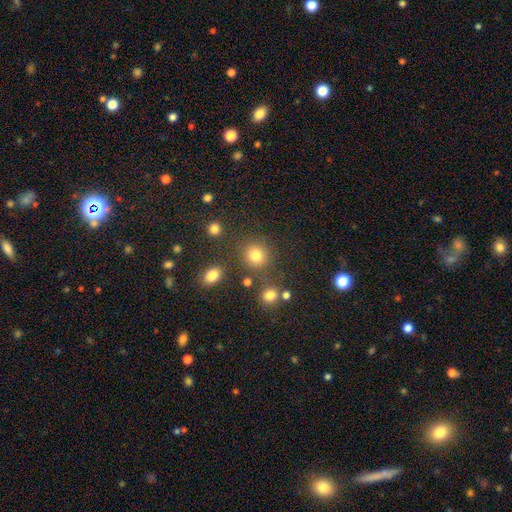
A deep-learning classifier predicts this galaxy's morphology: type=smooth (80%); roundness=round (87%); merging=none (77%).